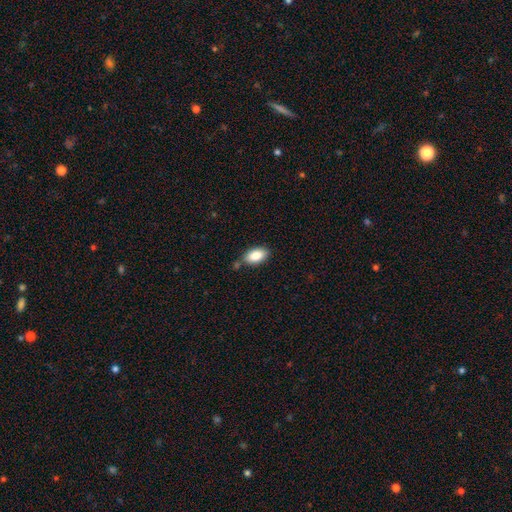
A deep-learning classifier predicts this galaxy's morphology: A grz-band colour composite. It shows a smooth galaxy with no disk features (86%) that is in between round and cigar-shaped (93%). Merging: none (74%).